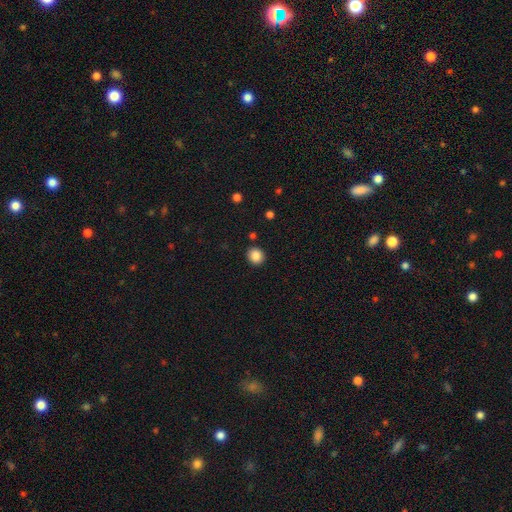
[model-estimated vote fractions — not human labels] A smooth galaxy with no disk features (87%) that is round (84%).

Vote fractions:
- Smooth or featured? smooth: 87% / star or artifact: 10% / featured or disk: 4%
- How rounded? round: 84% / in between: 15% / cigar-shaped: 1%
- Merging? none: 90% / minor disturbance: 6% / merger: 2% / major disturbance: 2%